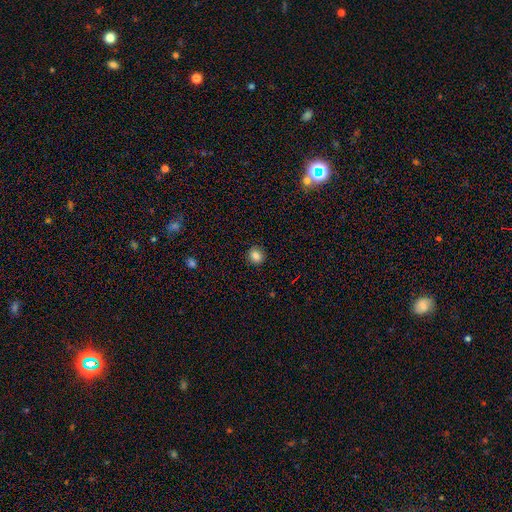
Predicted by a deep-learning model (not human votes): Q: Smooth or featured?
A: smooth (85%); runner-up: star or artifact (11%)
Q: How rounded?
A: round (83%); runner-up: in between (16%)
Q: Merging?
A: none (90%); runner-up: minor disturbance (7%)